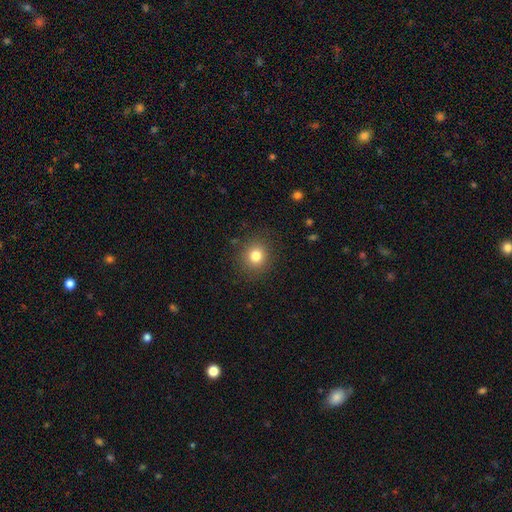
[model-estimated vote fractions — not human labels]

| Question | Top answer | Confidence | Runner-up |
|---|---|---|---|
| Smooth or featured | smooth | 80% | star or artifact (13%) |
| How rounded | round | 85% | in between (14%) |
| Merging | none | 88% | minor disturbance (8%) |